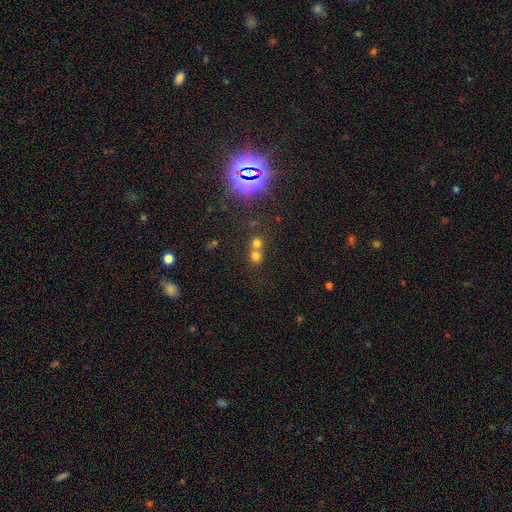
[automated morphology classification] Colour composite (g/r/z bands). It shows a smooth galaxy with no disk features (67%) that is round (83%). Merging: merger (51%).